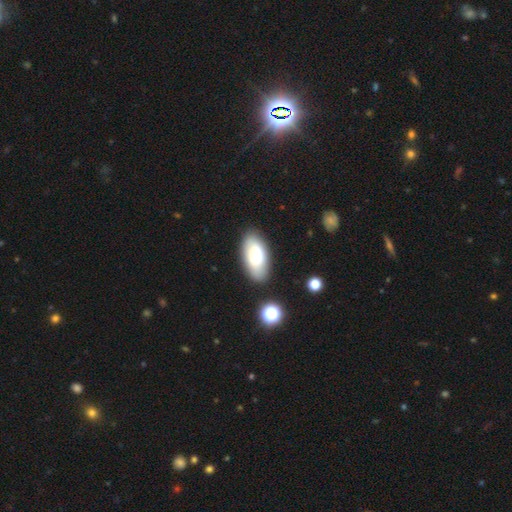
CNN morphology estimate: A smooth galaxy with no disk features (79%) that is in between round and cigar-shaped (92%).

Vote fractions:
- Smooth or featured? smooth: 79% / featured or disk: 13% / star or artifact: 7%
- How rounded? in between: 92% / cigar-shaped: 5% / round: 3%
- Merging? none: 84% / minor disturbance: 11% / major disturbance: 3% / merger: 2%